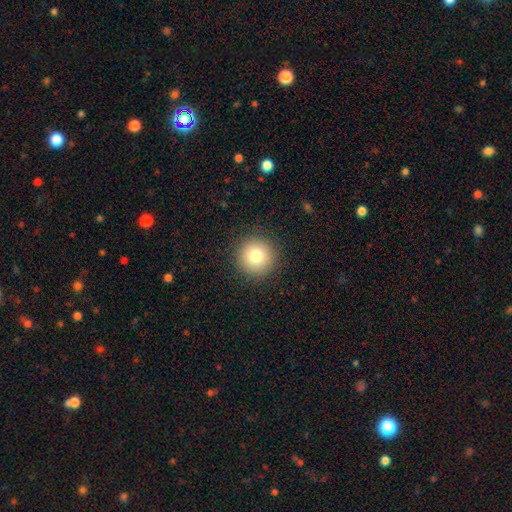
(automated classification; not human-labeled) This appears to be a smooth galaxy with no disk features (79%) that is round (96%). Merging: none (91%).